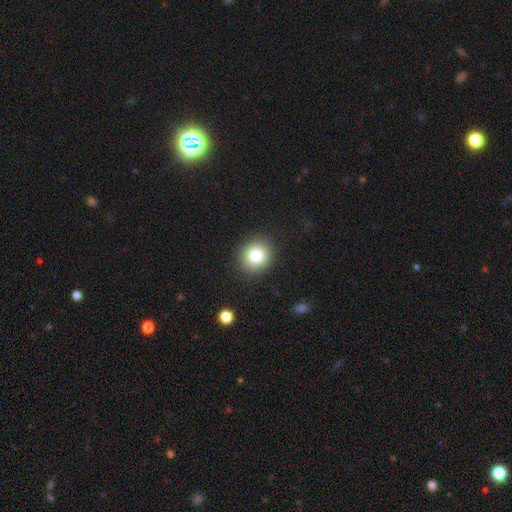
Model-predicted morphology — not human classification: Smooth or featured? smooth (81%)
How rounded? round (81%)
Merging? none (90%)